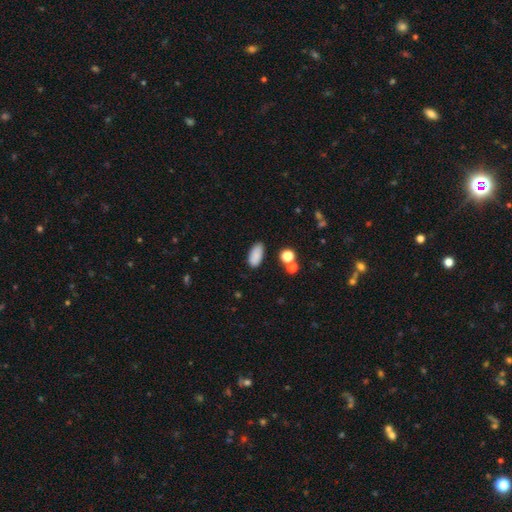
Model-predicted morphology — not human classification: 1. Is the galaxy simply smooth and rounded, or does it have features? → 86% smooth, 9% star or artifact, 5% featured or disk.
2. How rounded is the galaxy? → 90% in between, 7% cigar-shaped, 4% round.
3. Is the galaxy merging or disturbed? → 82% none, 12% minor disturbance, 3% merger, 3% major disturbance.